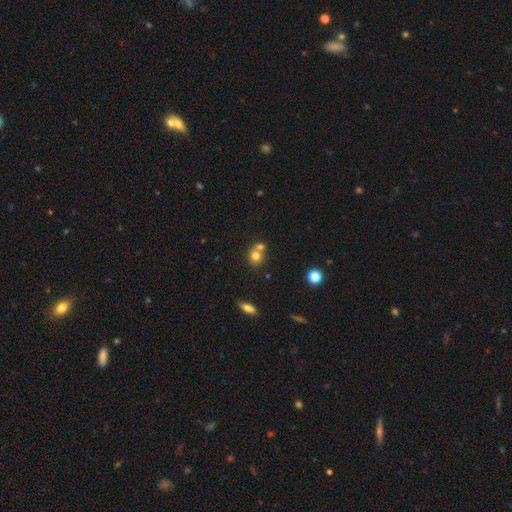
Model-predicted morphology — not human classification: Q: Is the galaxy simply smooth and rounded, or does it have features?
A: smooth — 73%.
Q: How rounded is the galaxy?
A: round — 80%.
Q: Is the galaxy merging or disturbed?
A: merger — 48%.